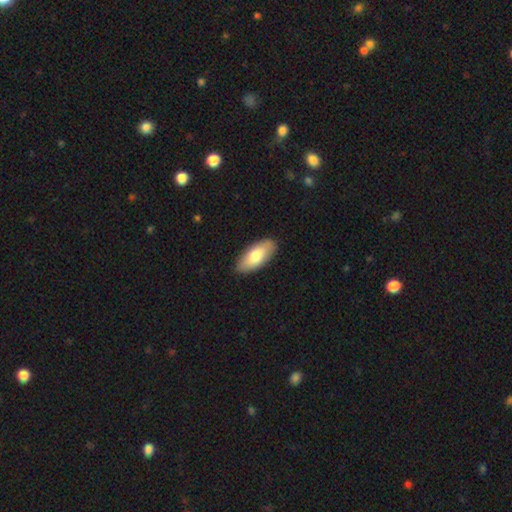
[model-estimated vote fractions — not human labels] The model was most divided on "smooth or featured": smooth: 80%, featured or disk: 15%, star or artifact: 5%. More confident: merging — none (88%); how rounded — in between (88%).